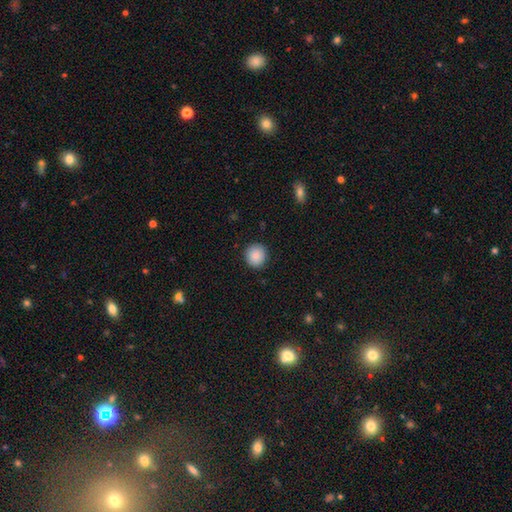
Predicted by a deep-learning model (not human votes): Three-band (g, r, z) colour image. It shows a smooth galaxy with no disk features (87%) that is round (92%). Merging: none (91%).